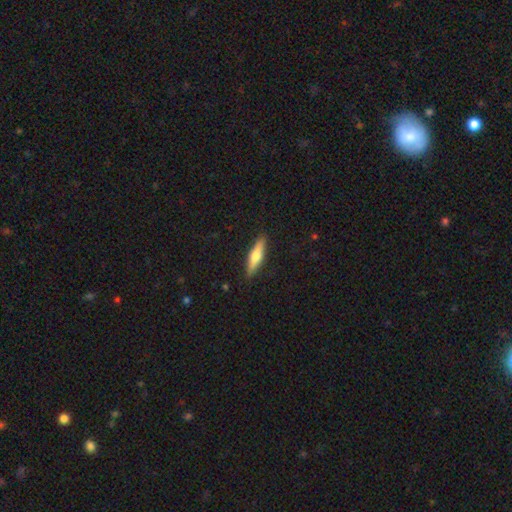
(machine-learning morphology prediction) The model was most divided on "smooth or featured": smooth: 58%, featured or disk: 36%, star or artifact: 6%. More confident: merging — none (89%); how rounded — cigar-shaped (75%).